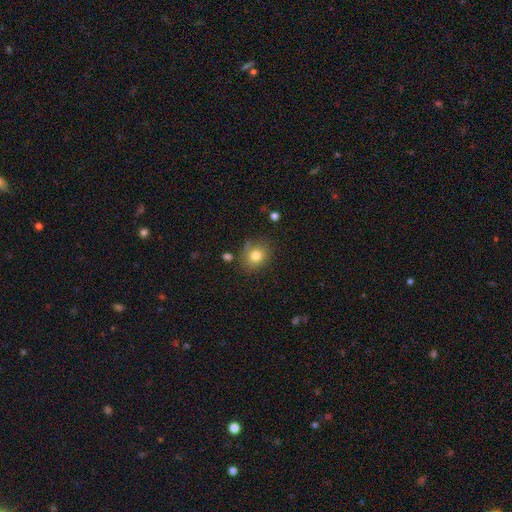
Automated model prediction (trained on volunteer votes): Smooth or featured?
  - smooth: 79% *
  - star or artifact: 11%
  - featured or disk: 9%
How rounded?
  - round: 69% *
  - in between: 30%
  - cigar-shaped: 1%
Merging?
  - none: 74% *
  - minor disturbance: 17%
  - merger: 5%
  - major disturbance: 5%